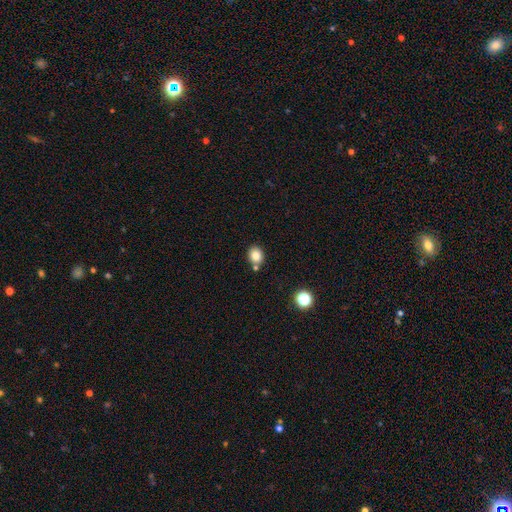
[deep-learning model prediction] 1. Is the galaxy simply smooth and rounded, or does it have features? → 82% smooth, 11% star or artifact, 7% featured or disk.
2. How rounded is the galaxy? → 64% round, 36% in between, 1% cigar-shaped.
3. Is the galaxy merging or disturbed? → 74% none, 12% merger, 11% minor disturbance, 3% major disturbance.